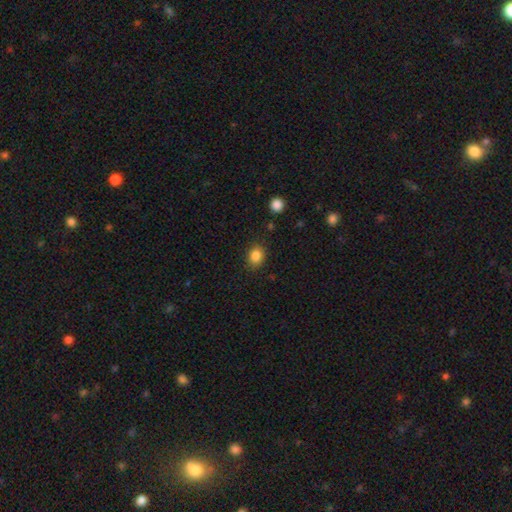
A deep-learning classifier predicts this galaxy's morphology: Smooth or featured? Predicted: smooth (p=0.84). How rounded? Predicted: round (p=0.52). Merging? Predicted: none (p=0.86).